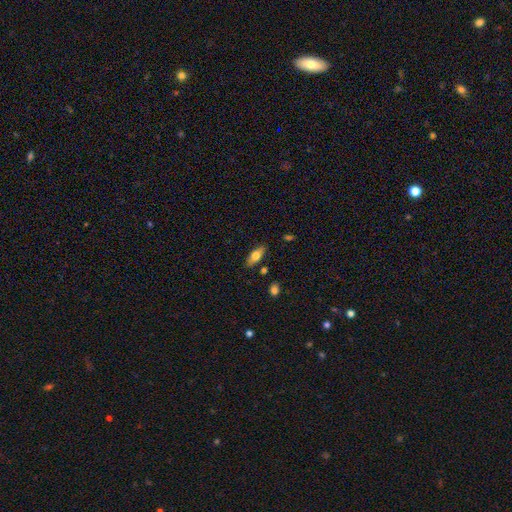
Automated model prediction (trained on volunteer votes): Smooth or featured? Predicted: smooth (p=0.71). How rounded? Predicted: in between (p=0.79). Merging? Predicted: none (p=0.83).